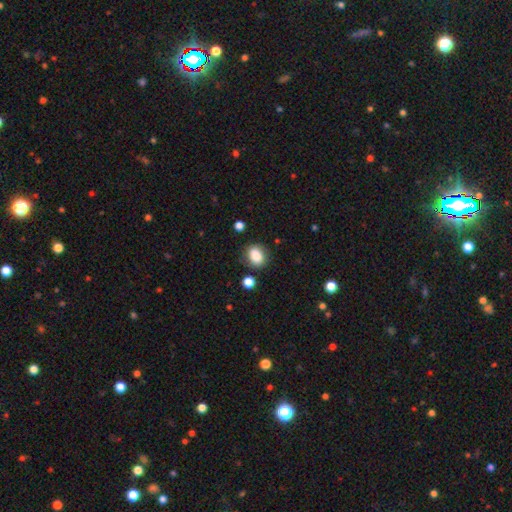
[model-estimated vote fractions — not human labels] Overall: smooth (85%). How rounded: in between (56%; round 42%). Merging: none (78%).